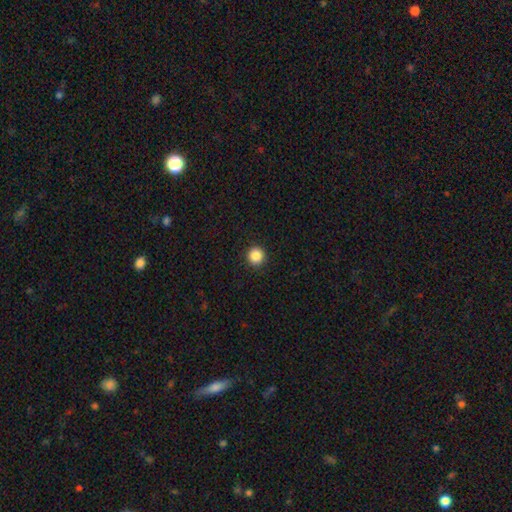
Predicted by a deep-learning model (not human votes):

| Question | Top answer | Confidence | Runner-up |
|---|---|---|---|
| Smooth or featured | smooth | 87% | star or artifact (10%) |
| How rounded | round | 95% | in between (4%) |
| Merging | none | 93% | minor disturbance (4%) |